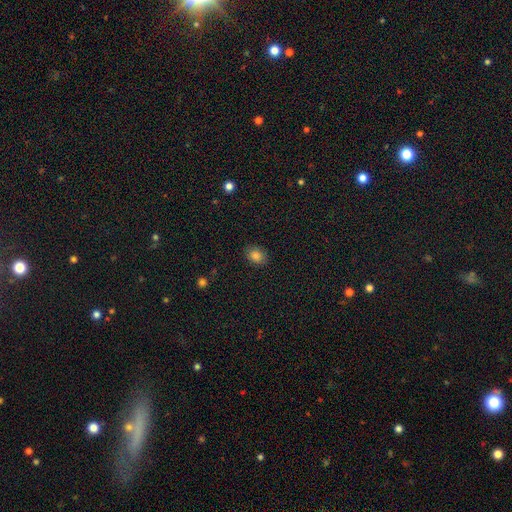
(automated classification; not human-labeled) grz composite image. It shows a smooth galaxy with no disk features (83%) that is in between round and cigar-shaped (61%). Merging: none (87%).